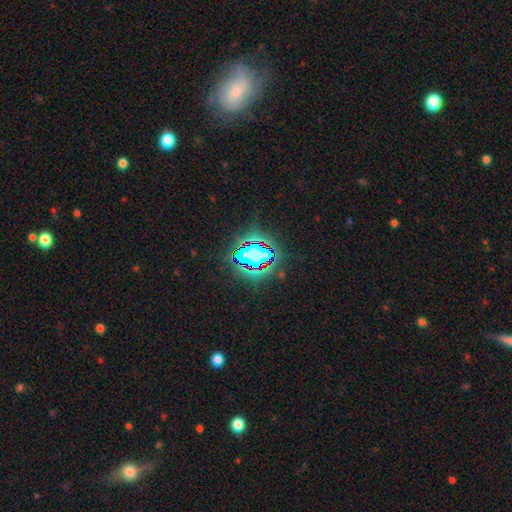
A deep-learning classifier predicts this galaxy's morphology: This is likely a star or artifact rather than a galaxy (64%).